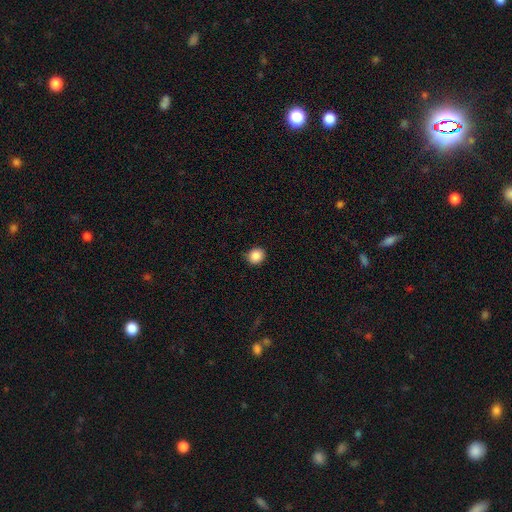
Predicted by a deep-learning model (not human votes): smooth 87%, star or artifact 9%, featured or disk 3%. Down the decision tree: how rounded — round (87%); merging — none (87%).